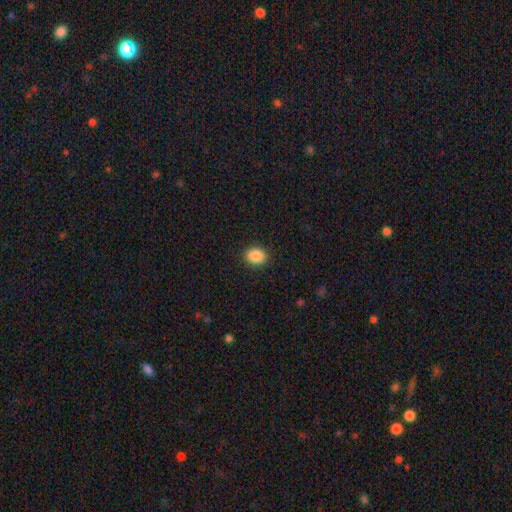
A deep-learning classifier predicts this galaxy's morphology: This appears to be a smooth galaxy with no disk features (88%) that is in between round and cigar-shaped (60%). Merging: none (90%).